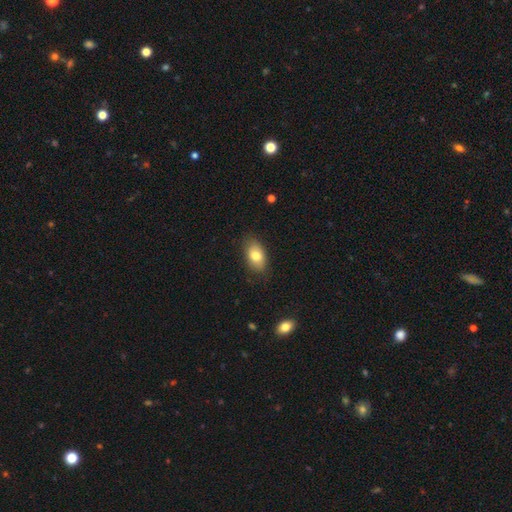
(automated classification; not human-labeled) A smooth galaxy with no disk features (80%) that is in between round and cigar-shaped (91%).

Vote fractions:
- Smooth or featured? smooth: 80% / featured or disk: 13% / star or artifact: 7%
- How rounded? in between: 91% / round: 7% / cigar-shaped: 2%
- Merging? none: 83% / minor disturbance: 13% / major disturbance: 3% / merger: 1%